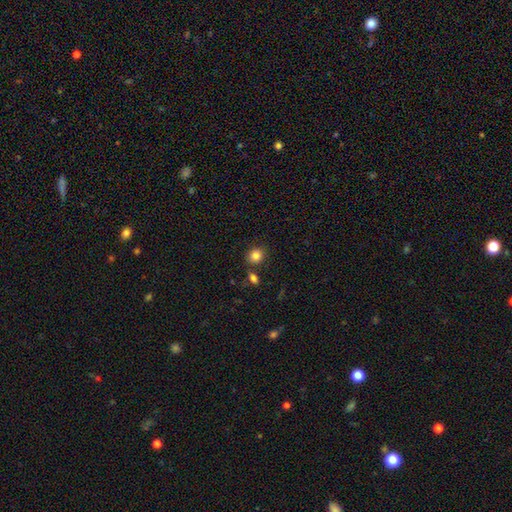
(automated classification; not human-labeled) Smooth or featured? Predicted: smooth (p=0.85). How rounded? Predicted: round (p=0.73). Merging? Predicted: none (p=0.78).